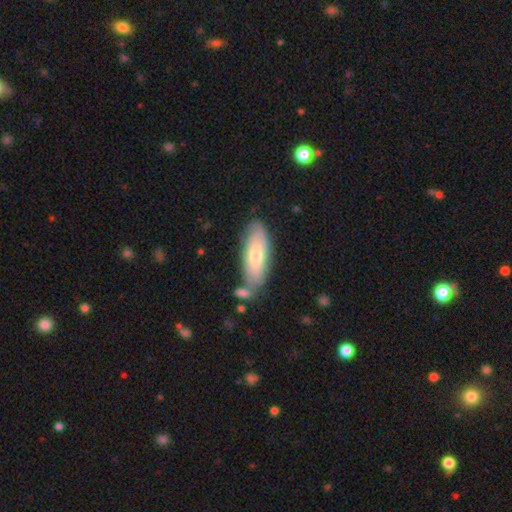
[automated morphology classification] The model was most divided on "smooth or featured": smooth: 63%, featured or disk: 31%, star or artifact: 6%. More confident: merging — none (69%); how rounded — in between (68%).